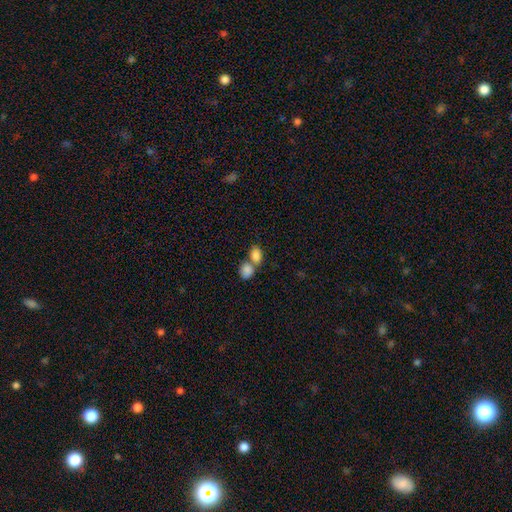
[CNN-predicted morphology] Smooth or featured? Predicted: smooth (p=0.85). How rounded? Predicted: in between (p=0.73). Merging? Predicted: merger (p=0.58).